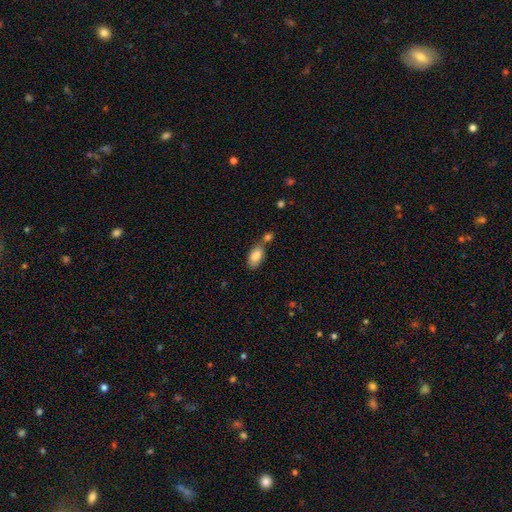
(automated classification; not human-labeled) This is clearly a smooth galaxy (83%). How rounded: clearly in between (92%). Merging: possibly none (48%).